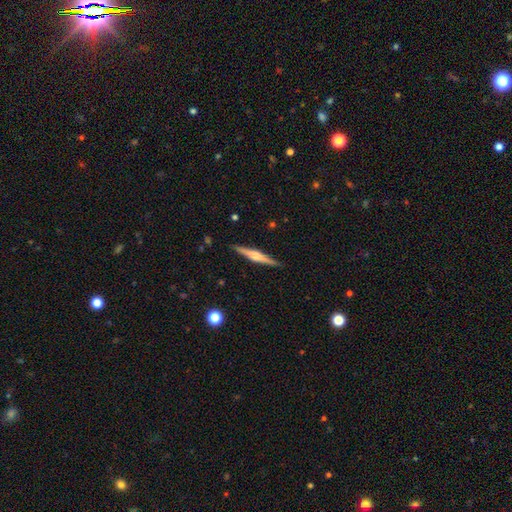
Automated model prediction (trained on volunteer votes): A featured or disk galaxy (73%) viewed edge-on (98%) with a rounded central bulge (79%).

Vote fractions:
- Smooth or featured? featured or disk: 73% / smooth: 22% / star or artifact: 6%
- Edge-on disk? yes: 98% / no: 2%
- Edge-on bulge? rounded: 79% / boxy: 15% / none: 5%
- Merging? none: 90% / minor disturbance: 7% / major disturbance: 1% / merger: 1%